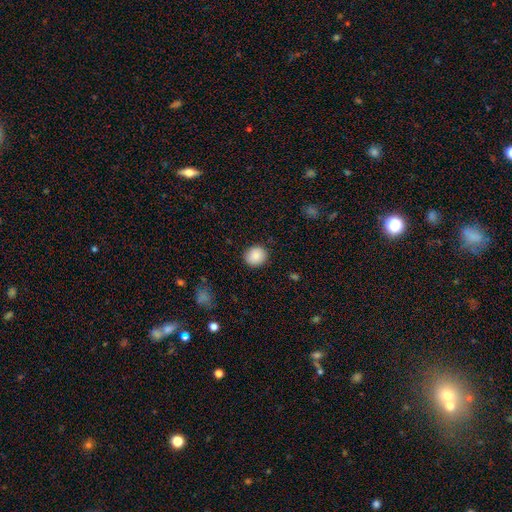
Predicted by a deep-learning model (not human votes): A smooth galaxy with no disk features (89%) that is round (82%). Merging: none (90%).